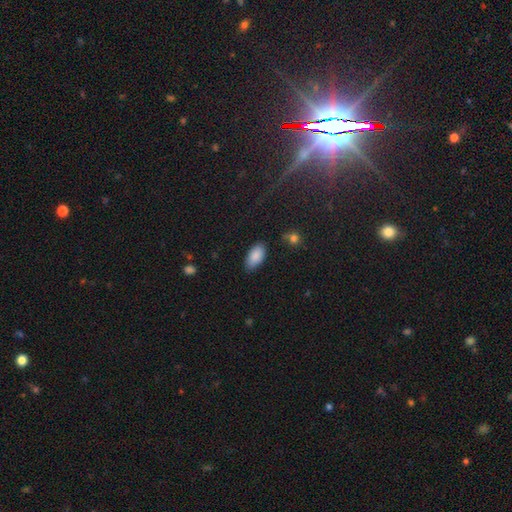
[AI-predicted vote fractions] Morphology: type=smooth (88%); roundness=in between (94%); merging=none (81%).